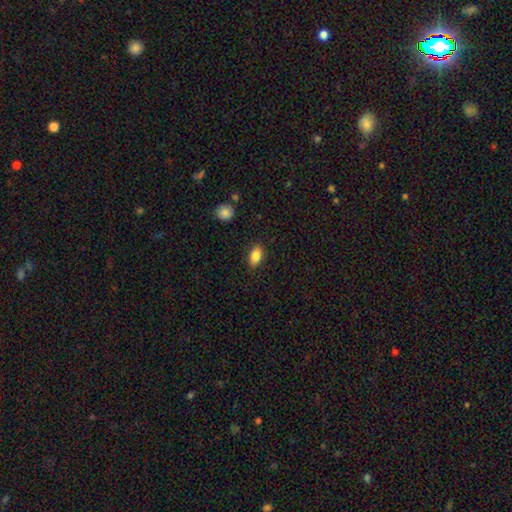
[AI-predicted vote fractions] Morphology: type=smooth (86%); roundness=in between (89%); merging=none (86%).